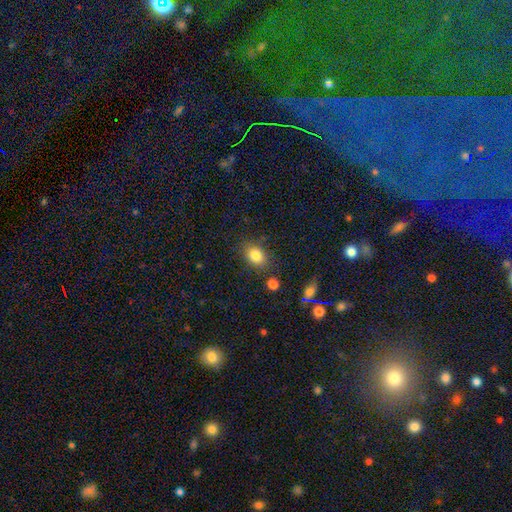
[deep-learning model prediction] Smooth or featured? Predicted: smooth (p=0.83). How rounded? Predicted: in between (p=0.63). Merging? Predicted: none (p=0.78).